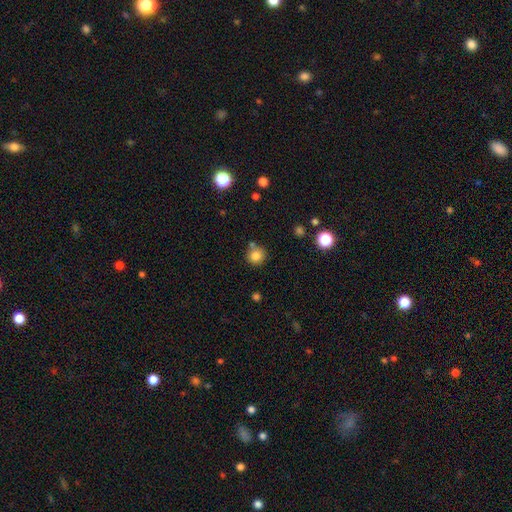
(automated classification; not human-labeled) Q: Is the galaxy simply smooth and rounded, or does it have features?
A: smooth — 81%.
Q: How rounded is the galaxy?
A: round — 93%.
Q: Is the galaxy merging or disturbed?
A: none — 76%.